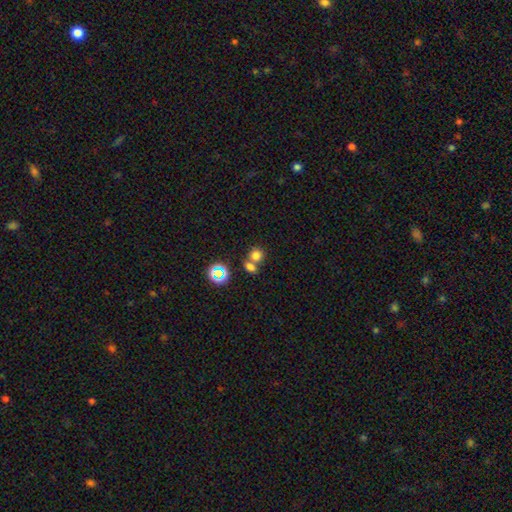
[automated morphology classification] Smooth or featured?
  - smooth: 73% *
  - star or artifact: 18%
  - featured or disk: 9%
How rounded?
  - round: 76% *
  - in between: 23%
  - cigar-shaped: 1%
Merging?
  - merger: 46% *
  - none: 43%
  - minor disturbance: 7%
  - major disturbance: 3%